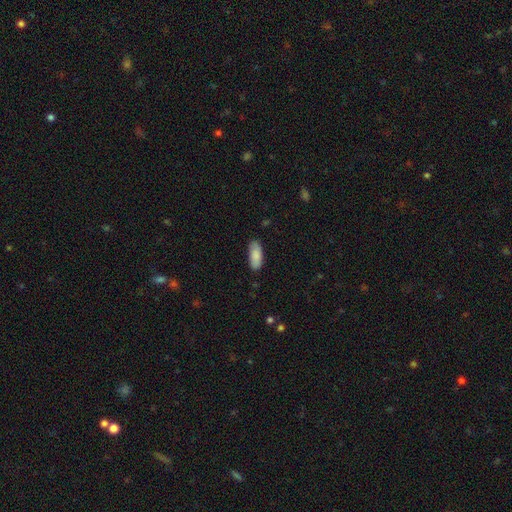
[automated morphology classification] This is clearly a smooth galaxy (88%). How rounded: clearly in between (80%). Merging: clearly none (84%).